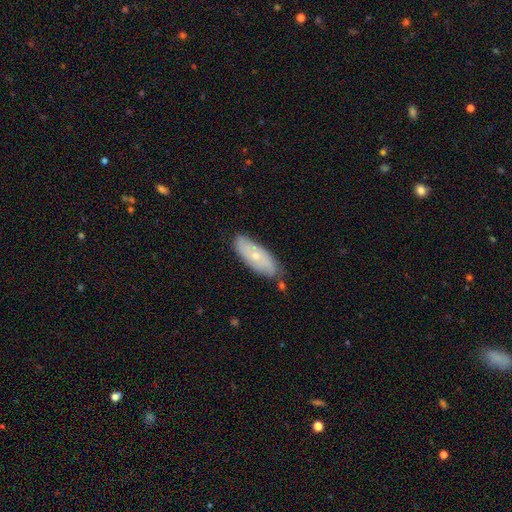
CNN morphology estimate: Q: Smooth or featured?
A: featured or disk (49%); runner-up: smooth (44%)
Q: Merging?
A: none (74%); runner-up: minor disturbance (19%)